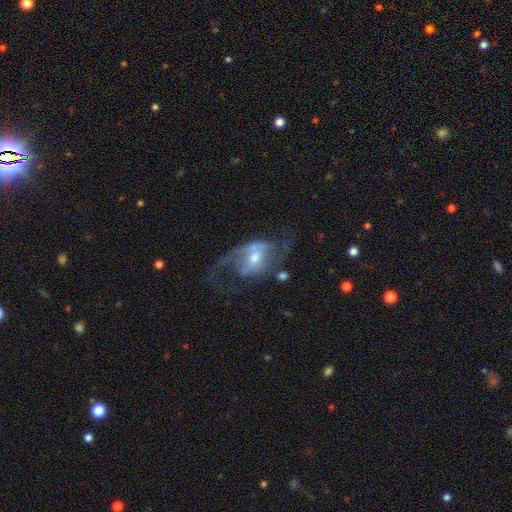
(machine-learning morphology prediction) A featured or disk galaxy (79%) with no bar (44%), 2 (75%) loose (46%) spiral arms (88%) and a moderate central bulge (53%). Merging: none (52%).